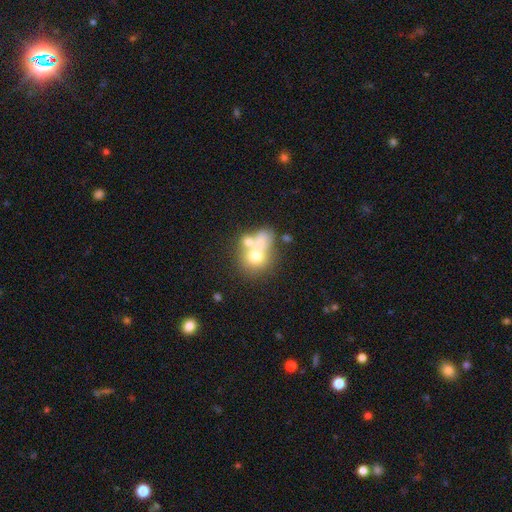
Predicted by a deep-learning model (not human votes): A smooth galaxy with no disk features (59%) that is round (65%).

Vote fractions:
- Smooth or featured? smooth: 59% / featured or disk: 28% / star or artifact: 13%
- How rounded? round: 65% / in between: 34% / cigar-shaped: 1%
- Merging? merger: 57% / none: 27% / minor disturbance: 9% / major disturbance: 8%